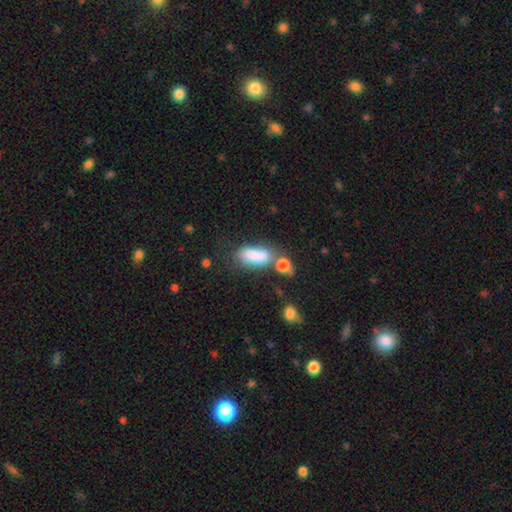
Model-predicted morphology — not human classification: The model was most divided on "merging": none: 39%, merger: 30%, minor disturbance: 19%, major disturbance: 12%. More confident: smooth or featured — smooth (80%); how rounded — in between (79%).